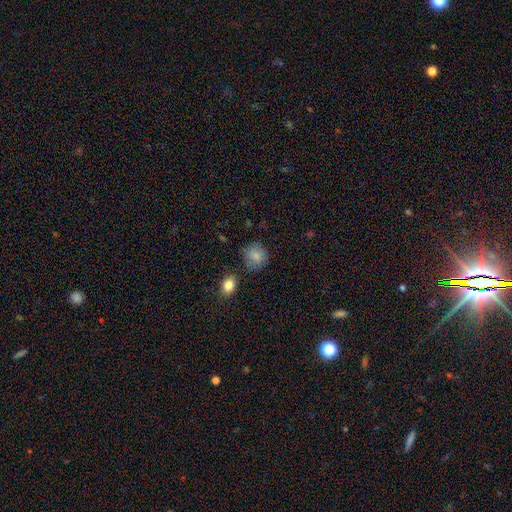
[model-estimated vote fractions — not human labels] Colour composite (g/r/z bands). It shows a smooth galaxy with no disk features (85%) that is round (84%). Merging: none (75%).